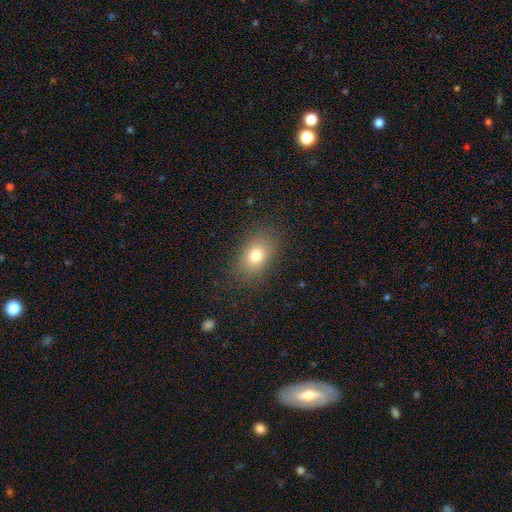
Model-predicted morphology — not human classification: smooth 76%, star or artifact 12%, featured or disk 12%. Down the decision tree: how rounded — in between (77%); merging — none (85%).